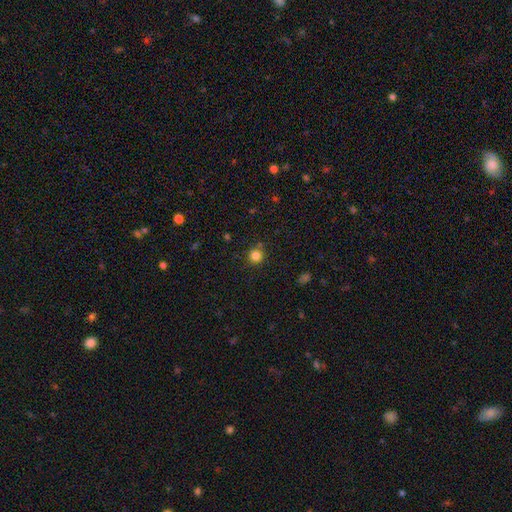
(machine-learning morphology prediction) Smooth or featured?
  - smooth: 82% *
  - star or artifact: 13%
  - featured or disk: 5%
How rounded?
  - round: 94% *
  - in between: 5%
  - cigar-shaped: 1%
Merging?
  - none: 85% *
  - minor disturbance: 8%
  - merger: 4%
  - major disturbance: 2%